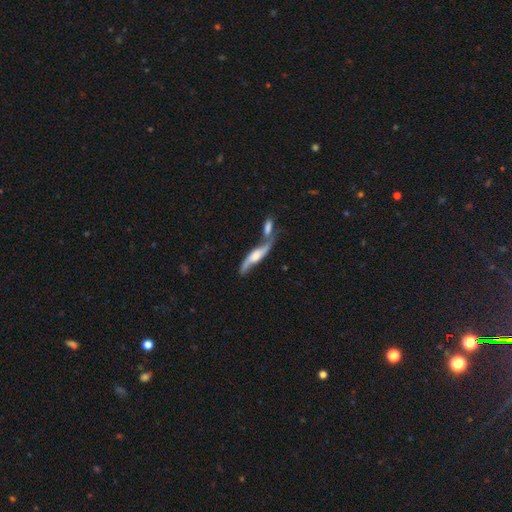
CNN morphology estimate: The model was most divided on "edge-on disk": no: 55%, yes: 45%. Remaining: smooth or featured — featured or disk (69%); merging — merger (47%).